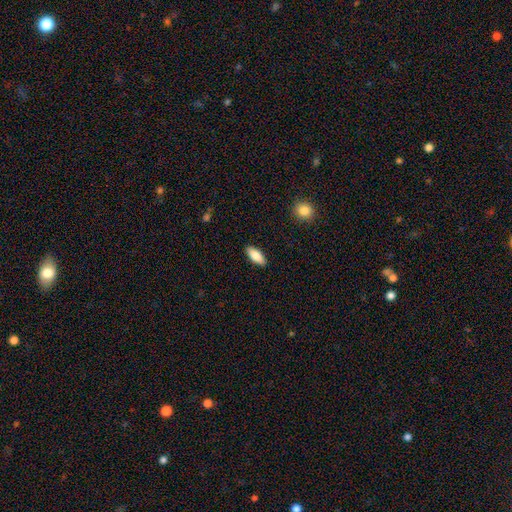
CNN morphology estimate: The model was most divided on "how rounded": in between: 79%, cigar-shaped: 19%, round: 2%. More confident: merging — none (89%); smooth or featured — smooth (84%).